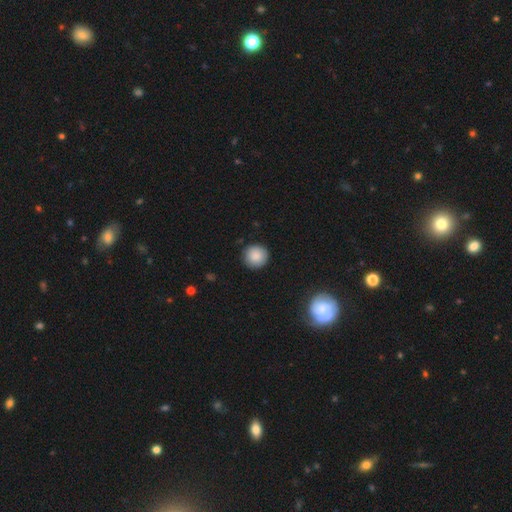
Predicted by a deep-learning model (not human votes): smooth 88%, star or artifact 8%, featured or disk 5%. Down the decision tree: how rounded — round (95%); merging — none (90%).